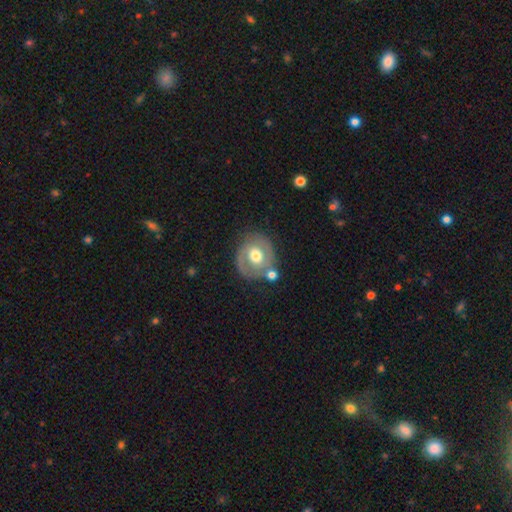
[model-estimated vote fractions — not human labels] The model was most divided on "smooth or featured": featured or disk: 63%, smooth: 31%, star or artifact: 6%. More confident: edge-on disk — no (97%); bulge size — moderate (69%); spiral arms — yes (67%); bar — no (66%); merging — none (64%).